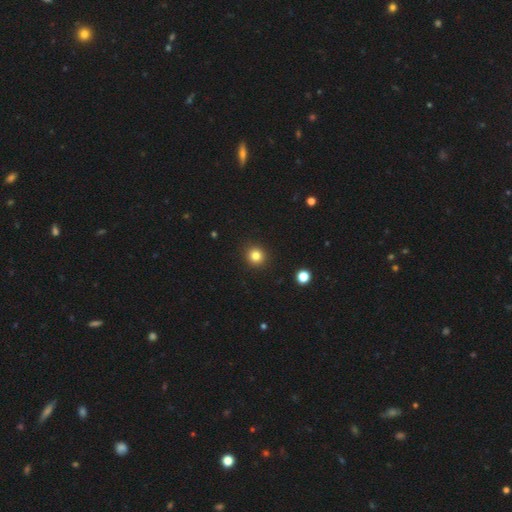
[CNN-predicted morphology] Smooth or featured? Predicted: smooth (p=0.82). How rounded? Predicted: round (p=0.91). Merging? Predicted: none (p=0.92).